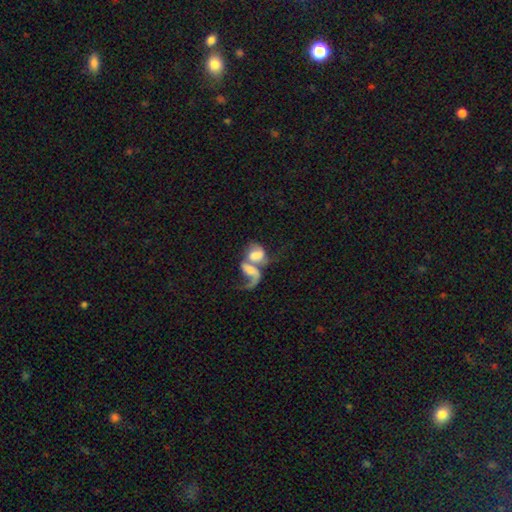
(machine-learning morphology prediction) This is possibly a featured or disk galaxy (55%). It is clearly not viewed edge-on (96%). Bar: possibly no (55%). Spiral arm pattern: likely yes (71%). Central bulge: marginally none (27%). Merging: likely merger (75%).